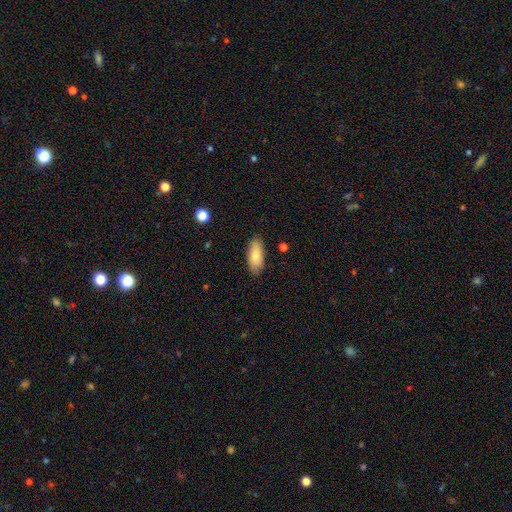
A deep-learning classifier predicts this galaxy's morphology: smooth-or-featured: smooth: 81% | featured or disk: 13% | star or artifact: 6%
  how-rounded: in between: 83% | cigar-shaped: 14% | round: 2%
  merging: none: 84% | minor disturbance: 12% | major disturbance: 2% | merger: 1%